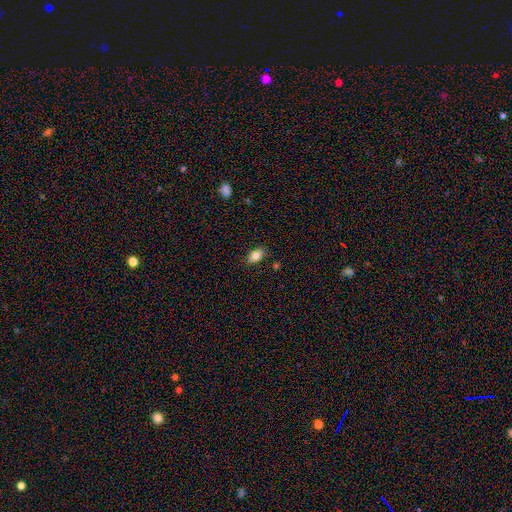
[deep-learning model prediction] Smooth or featured?
  - smooth: 82% *
  - featured or disk: 9%
  - star or artifact: 9%
How rounded?
  - in between: 85% *
  - round: 13%
  - cigar-shaped: 2%
Merging?
  - none: 85% *
  - minor disturbance: 11%
  - major disturbance: 2%
  - merger: 2%